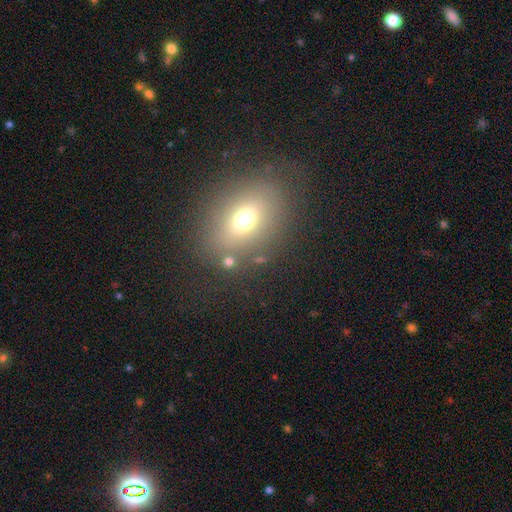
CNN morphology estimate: Overall: smooth (59%; star or artifact 21%). How rounded: in between (70%). Merging: none (81%).